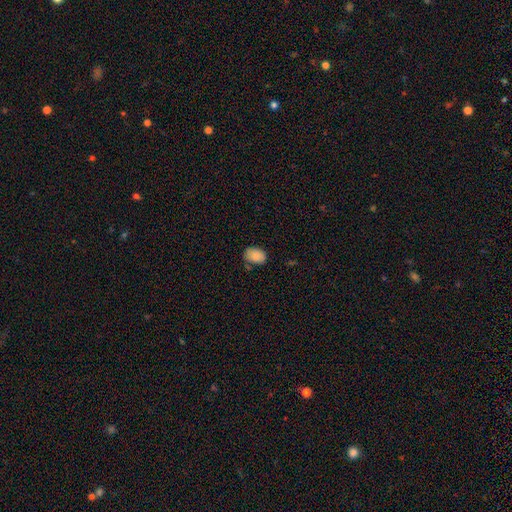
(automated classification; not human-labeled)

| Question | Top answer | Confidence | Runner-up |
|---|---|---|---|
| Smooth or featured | smooth | 87% | star or artifact (7%) |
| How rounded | in between | 79% | round (20%) |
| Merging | none | 72% | minor disturbance (20%) |